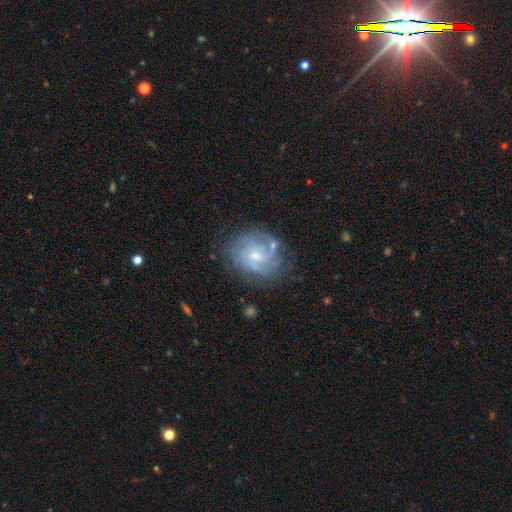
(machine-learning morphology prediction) Q: Smooth or featured?
A: featured or disk (78%); runner-up: smooth (15%)
Q: Edge-on disk?
A: no (98%); runner-up: yes (2%)
Q: Bar?
A: no (56%); runner-up: weak (39%)
Q: Spiral arms?
A: yes (92%); runner-up: no (8%)
Q: Spiral winding?
A: tight (54%); runner-up: medium (35%)
Q: Spiral arm count?
A: can't tell (36%); runner-up: 3 (22%)
Q: Bulge size?
A: small (64%); runner-up: moderate (29%)
Q: Merging?
A: none (68%); runner-up: minor disturbance (19%)